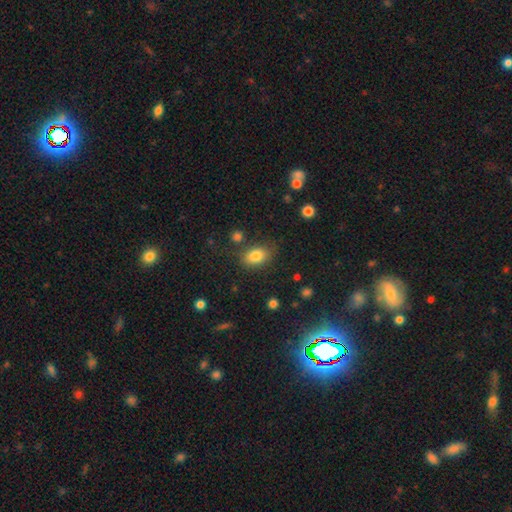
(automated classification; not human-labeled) A smooth galaxy with no disk features (83%) that is in between round and cigar-shaped (80%). Merging: none (74%).